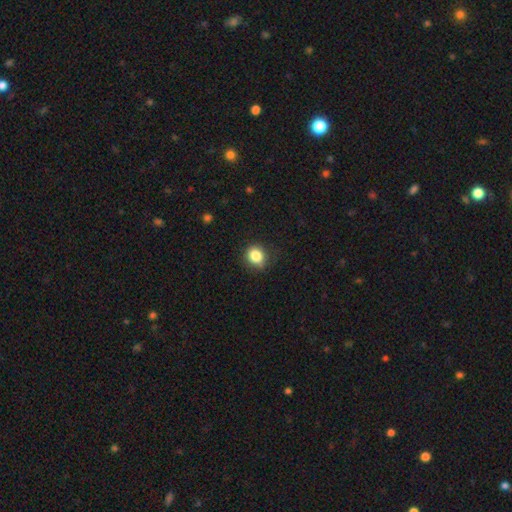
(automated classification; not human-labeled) Q: Smooth or featured?
A: smooth (85%); runner-up: star or artifact (10%)
Q: How rounded?
A: round (75%); runner-up: in between (24%)
Q: Merging?
A: none (81%); runner-up: minor disturbance (14%)